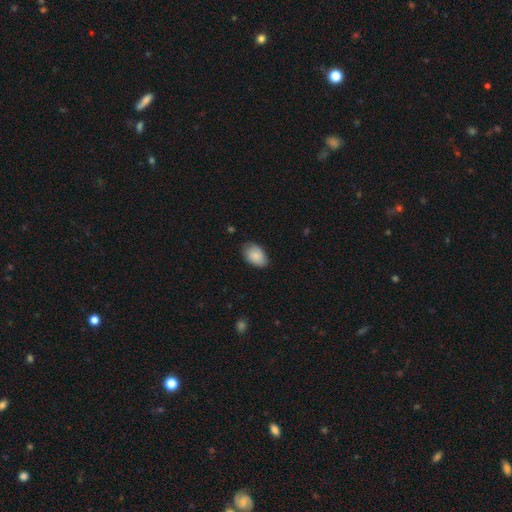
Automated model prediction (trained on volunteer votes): Smooth or featured? smooth (85%)
How rounded? in between (90%)
Merging? none (78%)